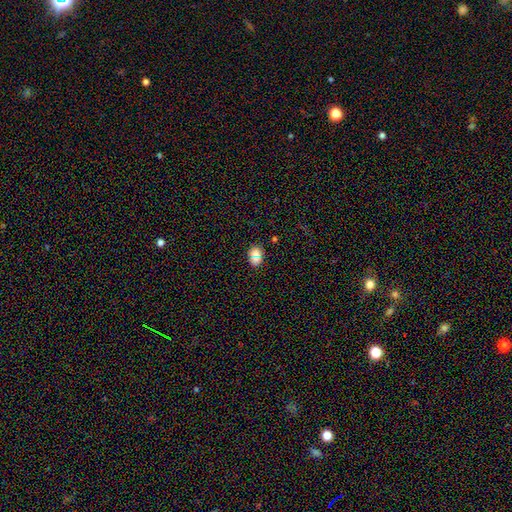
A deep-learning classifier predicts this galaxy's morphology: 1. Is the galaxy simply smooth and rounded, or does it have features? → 81% smooth, 11% star or artifact, 8% featured or disk.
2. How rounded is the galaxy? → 73% in between, 26% round, 1% cigar-shaped.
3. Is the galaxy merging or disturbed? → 70% none, 17% minor disturbance, 9% merger, 4% major disturbance.